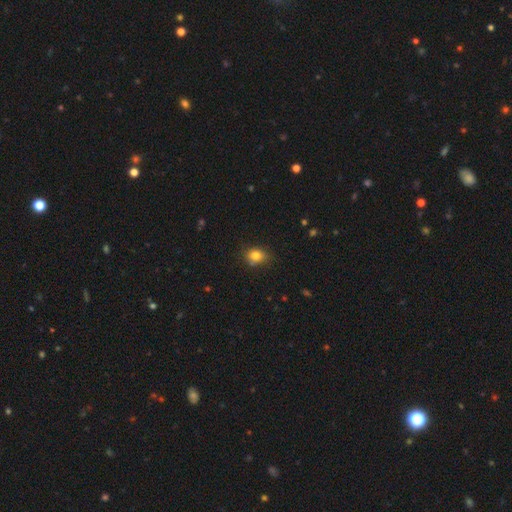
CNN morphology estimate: This appears to be a smooth galaxy with no disk features (80%) that is round (52%). Merging: none (74%).